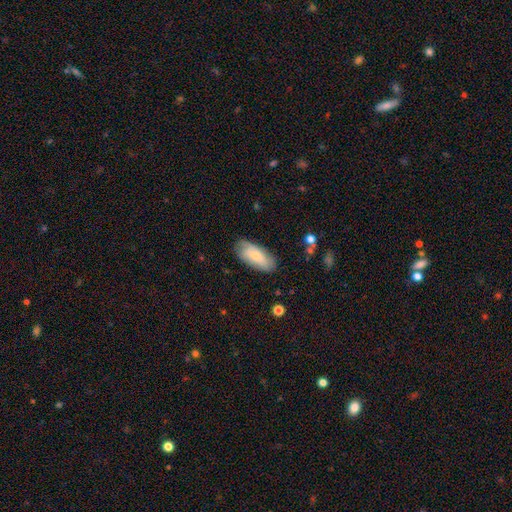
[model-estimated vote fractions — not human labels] Smooth or featured: smooth — 65% (featured or disk — 28%)
How rounded: in between — 85% (cigar-shaped — 13%)
Merging: none — 77% (minor disturbance — 18%)